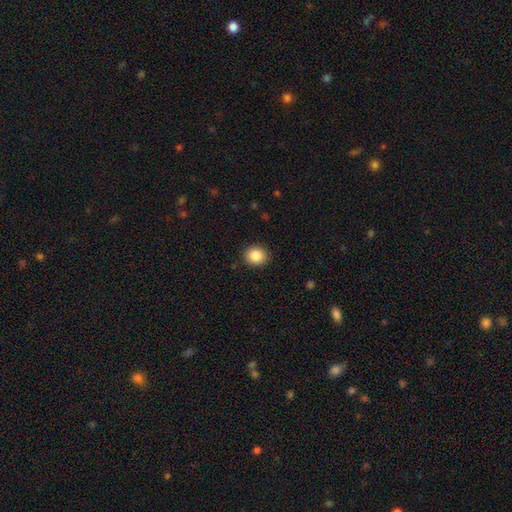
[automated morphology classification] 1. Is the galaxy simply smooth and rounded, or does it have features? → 85% smooth, 9% star or artifact, 6% featured or disk.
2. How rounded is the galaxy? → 70% round, 29% in between, 1% cigar-shaped.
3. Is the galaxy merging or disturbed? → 90% none, 7% minor disturbance, 2% major disturbance, 1% merger.